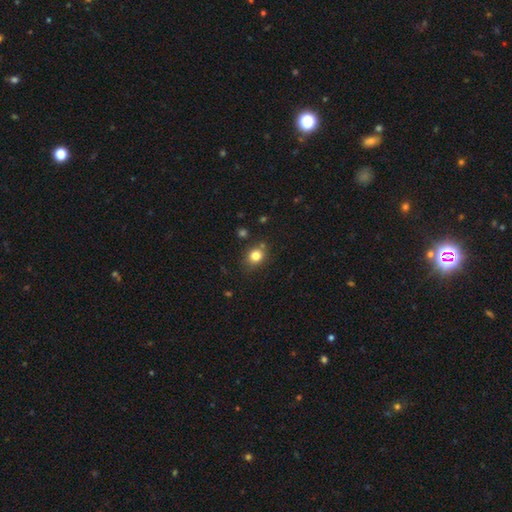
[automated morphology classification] Smooth or featured? smooth (81%)
How rounded? round (68%)
Merging? none (78%)